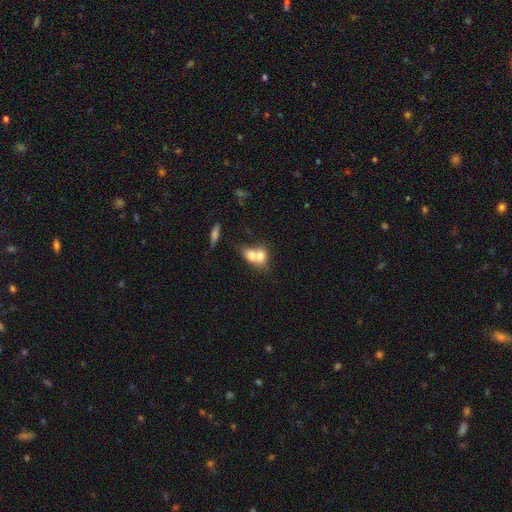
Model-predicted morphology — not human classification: A smooth galaxy with no disk features (69%) that is in between round and cigar-shaped (64%).

Vote fractions:
- Smooth or featured? smooth: 69% / featured or disk: 22% / star or artifact: 9%
- How rounded? in between: 64% / round: 33% / cigar-shaped: 4%
- Merging? merger: 71% / none: 19% / minor disturbance: 7% / major disturbance: 4%